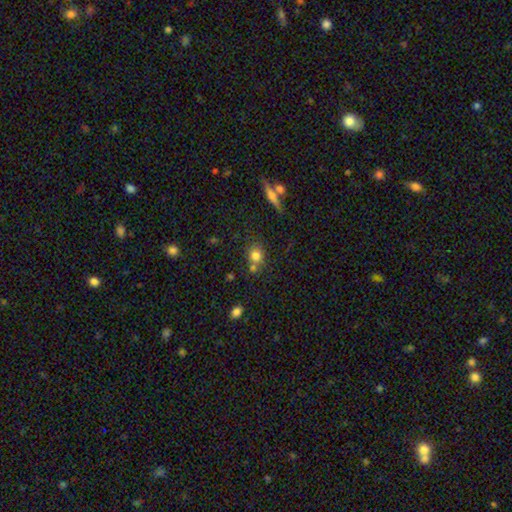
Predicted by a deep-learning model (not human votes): smooth-or-featured: smooth: 78% | star or artifact: 12% | featured or disk: 10%
  how-rounded: round: 69% | in between: 29% | cigar-shaped: 2%
  merging: none: 58% | merger: 25% | minor disturbance: 13% | major disturbance: 4%